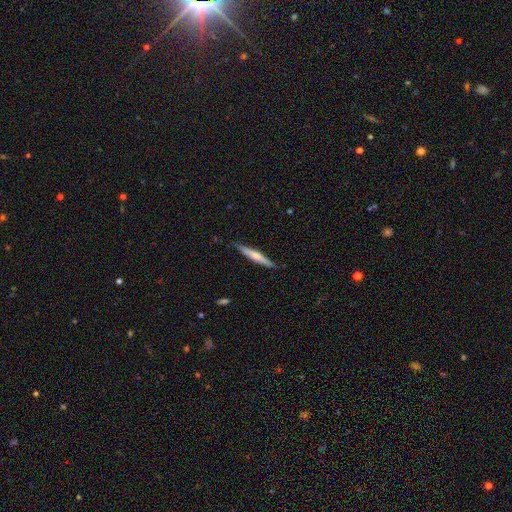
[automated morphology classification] Smooth or featured?
  - smooth: 49% *
  - featured or disk: 46%
  - star or artifact: 5%
Merging?
  - none: 86% *
  - minor disturbance: 11%
  - major disturbance: 2%
  - merger: 1%